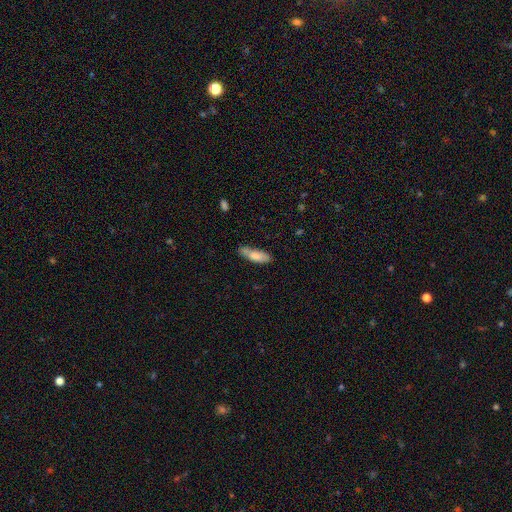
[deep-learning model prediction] Smooth or featured?
  - smooth: 77% *
  - featured or disk: 17%
  - star or artifact: 7%
How rounded?
  - in between: 56% *
  - cigar-shaped: 42%
  - round: 2%
Merging?
  - none: 60% *
  - minor disturbance: 24%
  - merger: 10%
  - major disturbance: 6%